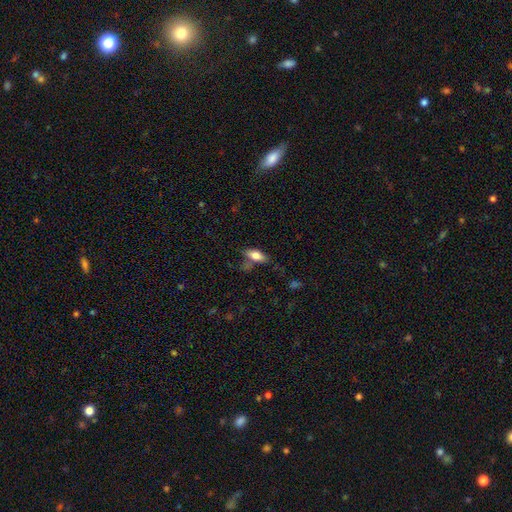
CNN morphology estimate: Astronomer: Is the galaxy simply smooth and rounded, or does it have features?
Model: smooth — 74%.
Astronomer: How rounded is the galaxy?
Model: in between — 77%.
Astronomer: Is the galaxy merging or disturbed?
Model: none — 60%.